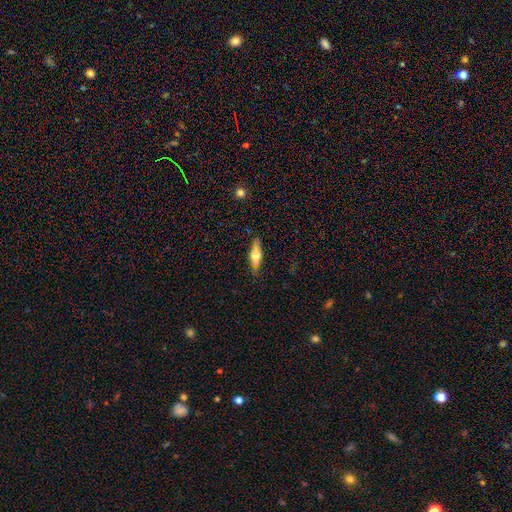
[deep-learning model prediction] Overall: smooth (51%; featured or disk 43%). How rounded: cigar-shaped (52%; in between 45%). Merging: none (84%).